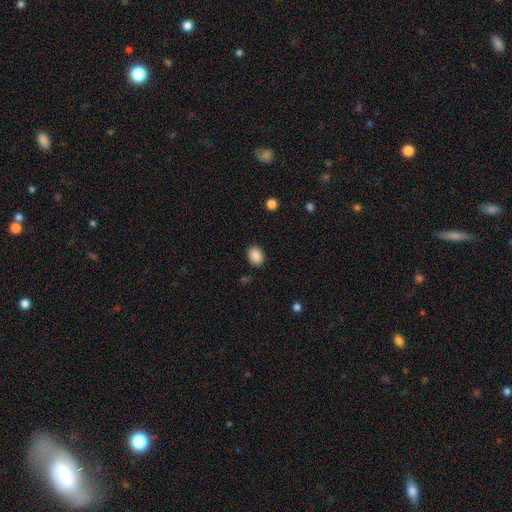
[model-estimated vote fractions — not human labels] Overall: smooth (89%). How rounded: in between (71%). Merging: none (87%).